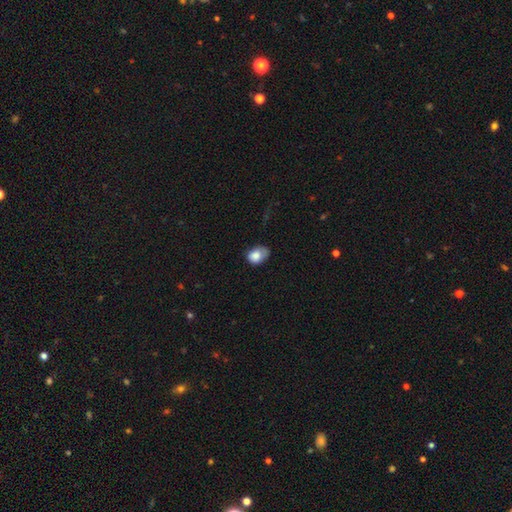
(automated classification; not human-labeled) smooth 81%, featured or disk 11%, star or artifact 8%. Down the decision tree: how rounded — in between (69%); merging — none (44%).